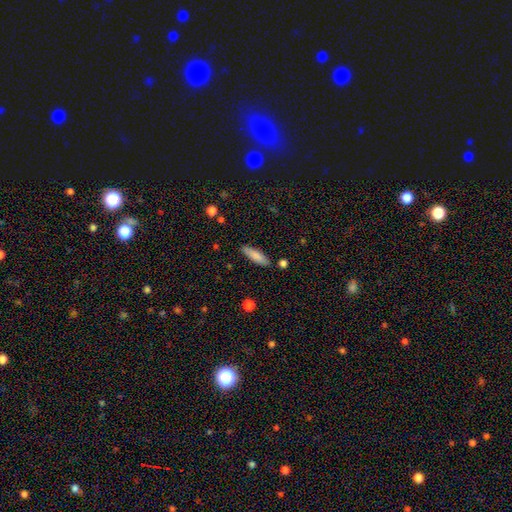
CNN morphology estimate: This is clearly a smooth galaxy (82%). How rounded: possibly cigar-shaped (57%). Merging: clearly none (84%).